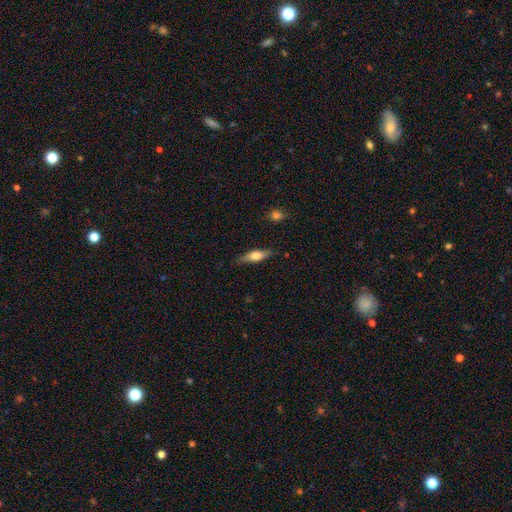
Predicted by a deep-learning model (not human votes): smooth_or_featured: smooth (p=0.55) [alt: featured or disk p=0.39]
how_rounded: cigar-shaped (p=0.54) [alt: in between p=0.43]
merging: none (p=0.84) [alt: minor disturbance p=0.12]